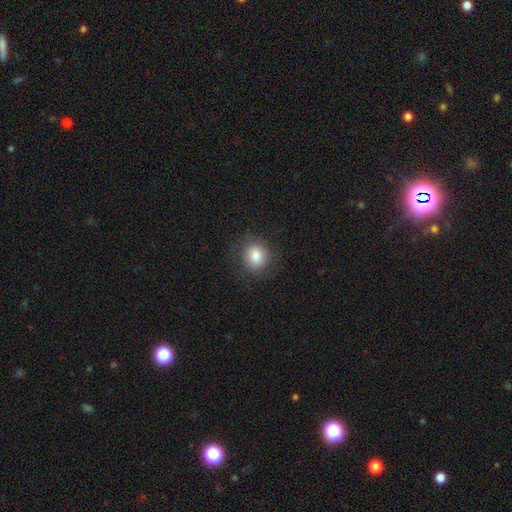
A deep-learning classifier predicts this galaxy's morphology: Smooth or featured: smooth — 80% (star or artifact — 10%)
How rounded: round — 75% (in between — 24%)
Merging: none — 84% (minor disturbance — 11%)